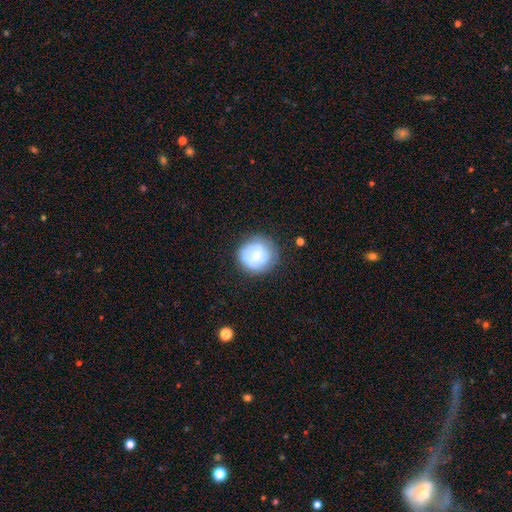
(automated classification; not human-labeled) A smooth galaxy with no disk features (64%) that is round (90%). Merging: none (74%).